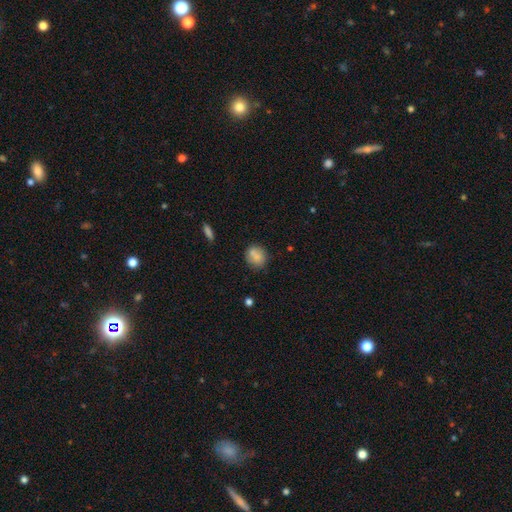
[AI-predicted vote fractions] Q: Smooth or featured?
A: smooth (77%); runner-up: featured or disk (14%)
Q: How rounded?
A: round (72%); runner-up: in between (27%)
Q: Merging?
A: none (65%); runner-up: minor disturbance (17%)